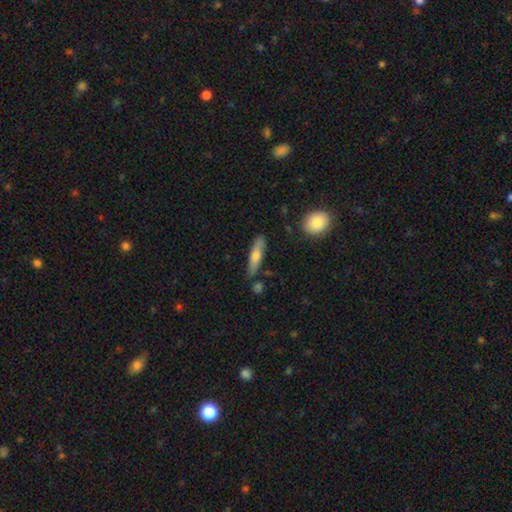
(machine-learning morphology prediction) This appears to be a smooth galaxy with no disk features (62%) that is cigar-shaped (73%). Merging: none (79%).